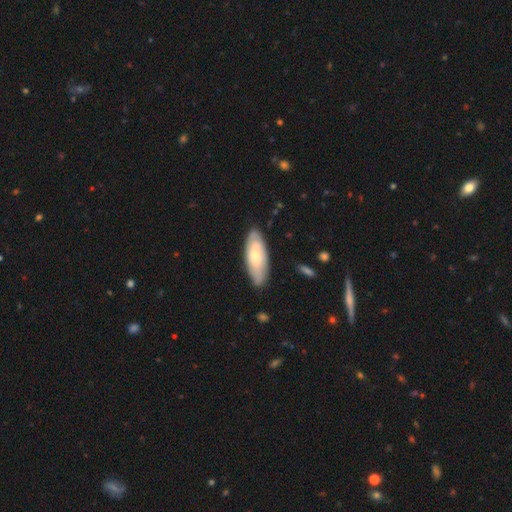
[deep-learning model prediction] Smooth or featured?
  - smooth: 47% * (tied)
  - featured or disk: 47% * (tied)
  - star or artifact: 5%
Merging?
  - none: 81% *
  - minor disturbance: 15%
  - major disturbance: 3%
  - merger: 1%